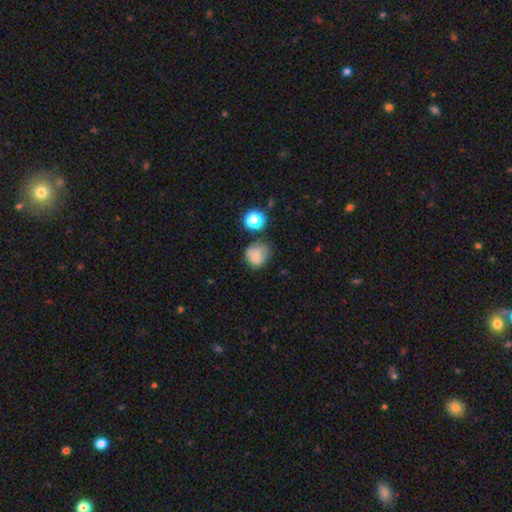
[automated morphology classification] Smooth or featured? Predicted: smooth (p=0.69). How rounded? Predicted: round (p=0.80). Merging? Predicted: none (p=0.59).